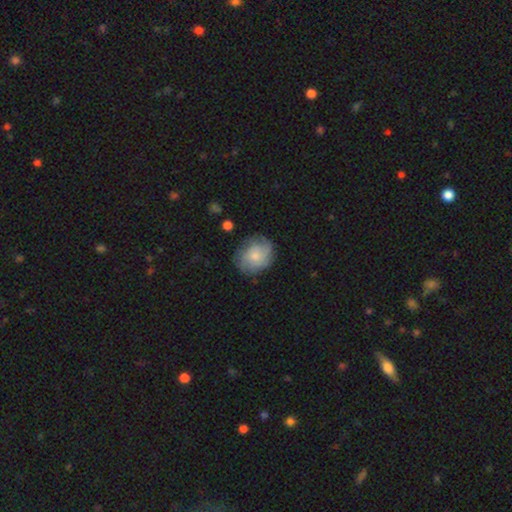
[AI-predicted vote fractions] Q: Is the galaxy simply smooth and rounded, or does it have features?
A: smooth — 52%.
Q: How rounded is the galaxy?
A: round — 64%.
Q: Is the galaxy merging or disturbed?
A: none — 71%.